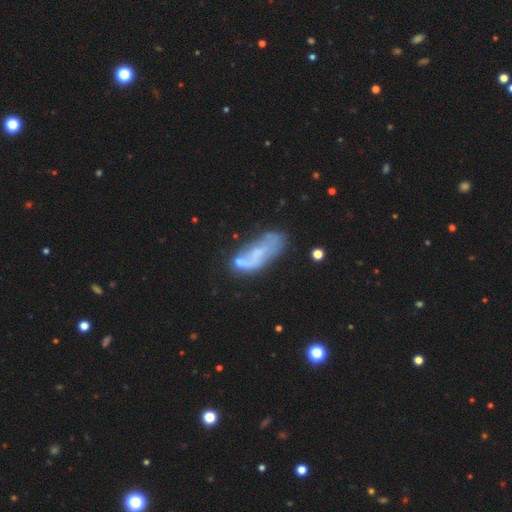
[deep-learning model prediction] Overall: featured or disk (50%; smooth 40%). Edge-on disk: no (88%). Merging: none (43%; minor disturbance 25%).